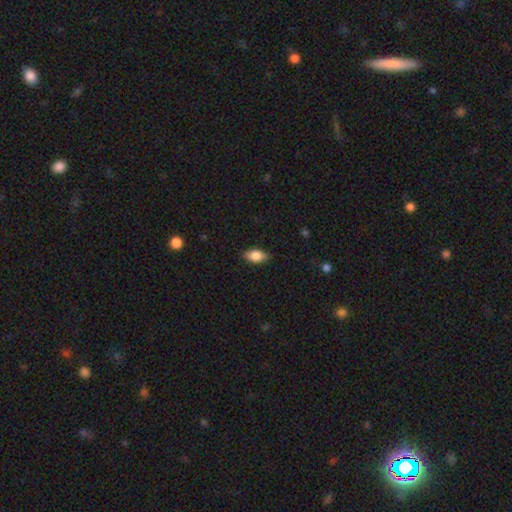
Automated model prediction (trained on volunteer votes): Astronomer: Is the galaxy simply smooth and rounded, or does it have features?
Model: smooth — 83%.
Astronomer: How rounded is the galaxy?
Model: in between — 89%.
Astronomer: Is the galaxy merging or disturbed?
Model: none — 85%.